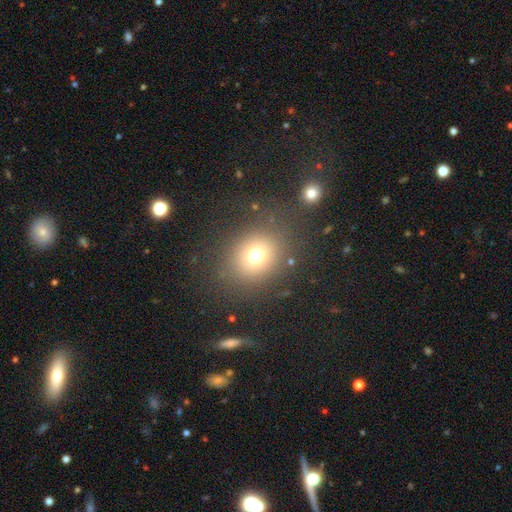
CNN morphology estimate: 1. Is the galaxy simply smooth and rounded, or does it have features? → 70% smooth, 20% star or artifact, 11% featured or disk.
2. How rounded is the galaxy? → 73% round, 26% in between, 1% cigar-shaped.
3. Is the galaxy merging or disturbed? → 80% none, 10% minor disturbance, 7% major disturbance, 4% merger.